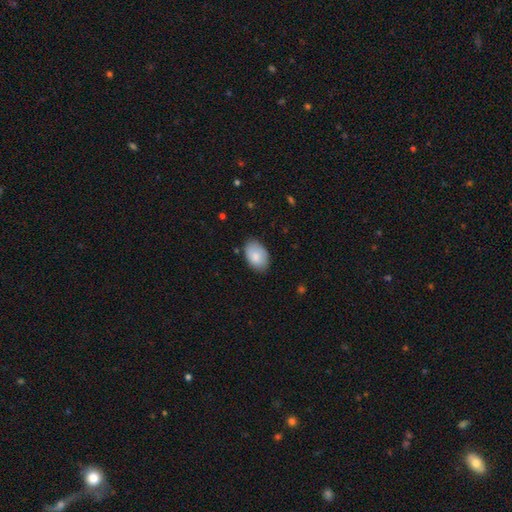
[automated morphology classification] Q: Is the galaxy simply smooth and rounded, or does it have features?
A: smooth — 84%.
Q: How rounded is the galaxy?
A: in between — 90%.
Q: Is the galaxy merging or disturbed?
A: none — 80%.